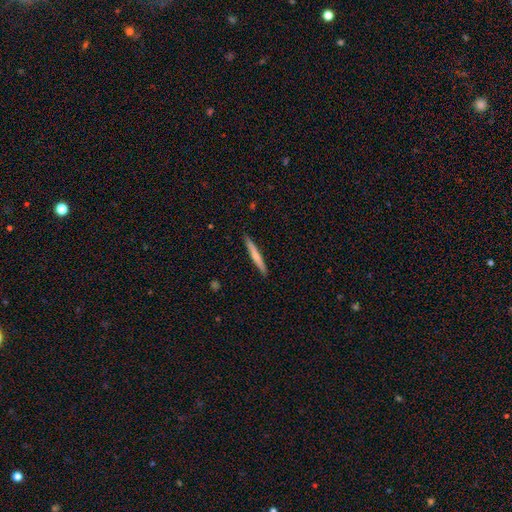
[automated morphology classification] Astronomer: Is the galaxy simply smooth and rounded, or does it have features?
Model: smooth — 59% (runner-up: featured or disk, 35%).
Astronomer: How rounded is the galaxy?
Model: cigar-shaped — 96%.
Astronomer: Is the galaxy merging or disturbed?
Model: none — 91%.